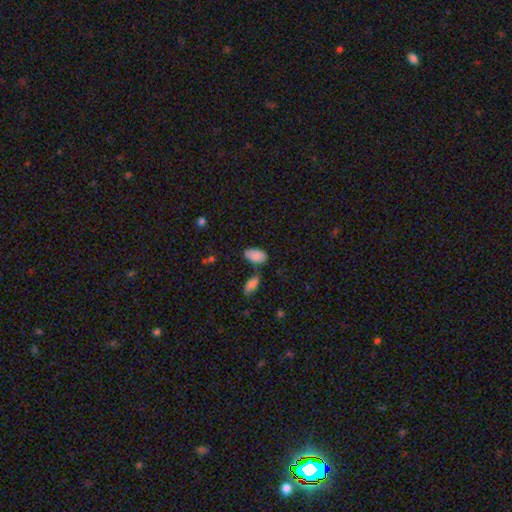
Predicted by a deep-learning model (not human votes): The model was most divided on "merging": none: 57%, minor disturbance: 21%, merger: 16%, major disturbance: 6%. More confident: how rounded — in between (94%); smooth or featured — smooth (86%).